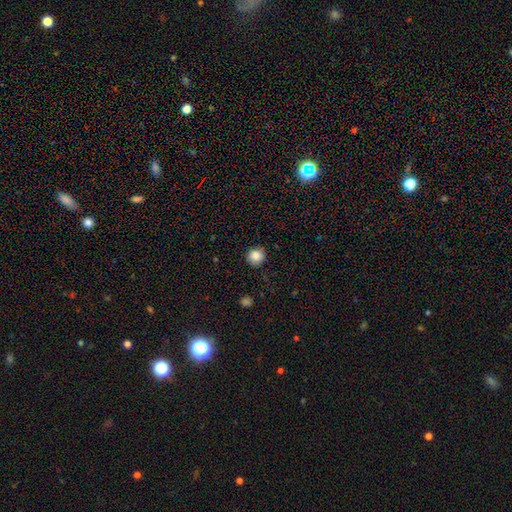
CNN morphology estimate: The model was most divided on "smooth or featured": smooth: 87%, star or artifact: 10%, featured or disk: 3%. More confident: how rounded — round (91%); merging — none (89%).